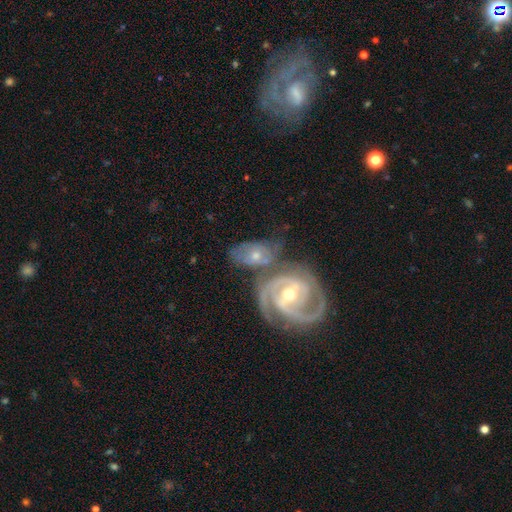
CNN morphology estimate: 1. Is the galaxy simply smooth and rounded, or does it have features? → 68% featured or disk, 25% smooth, 6% star or artifact.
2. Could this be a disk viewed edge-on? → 95% no, 5% yes.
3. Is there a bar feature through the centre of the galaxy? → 45% no, 37% weak, 18% strong.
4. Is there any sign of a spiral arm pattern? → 85% yes, 15% no.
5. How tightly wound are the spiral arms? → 53% tight, 39% medium, 8% loose.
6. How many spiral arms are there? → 47% 2, 24% can't tell, 16% 3, 6% 1, 3% 4, 3% more than 4.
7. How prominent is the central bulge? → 65% moderate, 29% small, 3% large, 1% none, 1% dominant.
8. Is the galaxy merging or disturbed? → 46% merger, 30% none, 15% minor disturbance, 9% major disturbance.